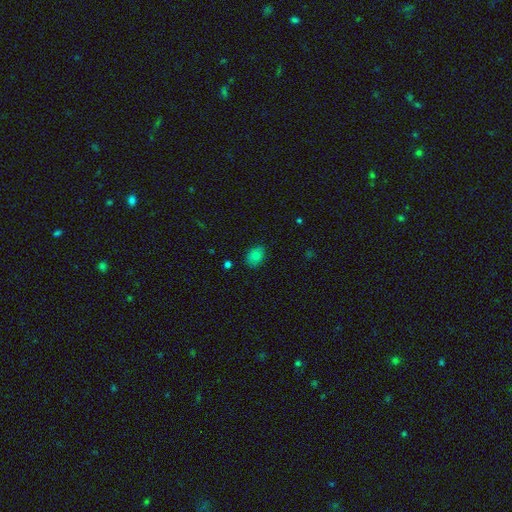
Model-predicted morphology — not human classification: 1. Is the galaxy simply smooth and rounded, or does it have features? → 78% smooth, 11% featured or disk, 11% star or artifact.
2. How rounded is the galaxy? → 67% in between, 31% round, 1% cigar-shaped.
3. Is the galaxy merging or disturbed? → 82% none, 14% minor disturbance, 2% major disturbance, 1% merger.